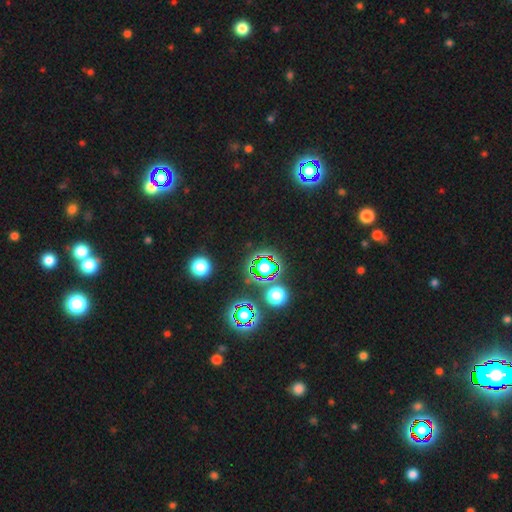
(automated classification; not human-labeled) The model was most divided on "smooth or featured": star or artifact: 78%, smooth: 15%, featured or disk: 7%.